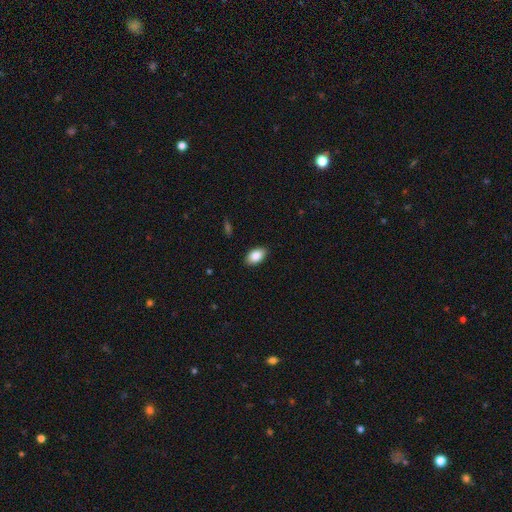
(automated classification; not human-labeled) Smooth or featured? Predicted: smooth (p=0.86). How rounded? Predicted: in between (p=0.91). Merging? Predicted: none (p=0.89).